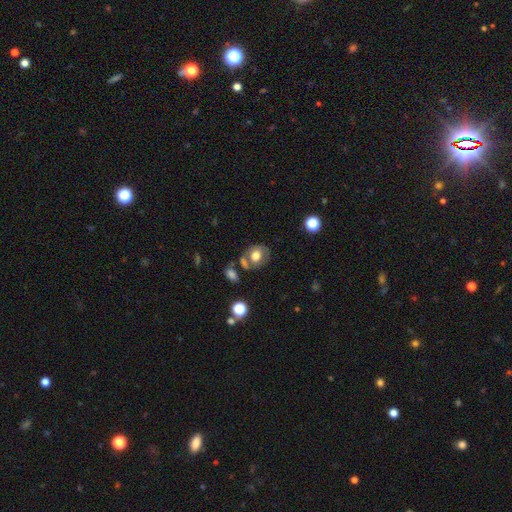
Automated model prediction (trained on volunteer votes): Smooth or featured?
  - smooth: 60% *
  - featured or disk: 30%
  - star or artifact: 9%
How rounded?
  - round: 57% *
  - in between: 42%
  - cigar-shaped: 1%
Merging?
  - none: 62% *
  - minor disturbance: 16%
  - merger: 15%
  - major disturbance: 7%